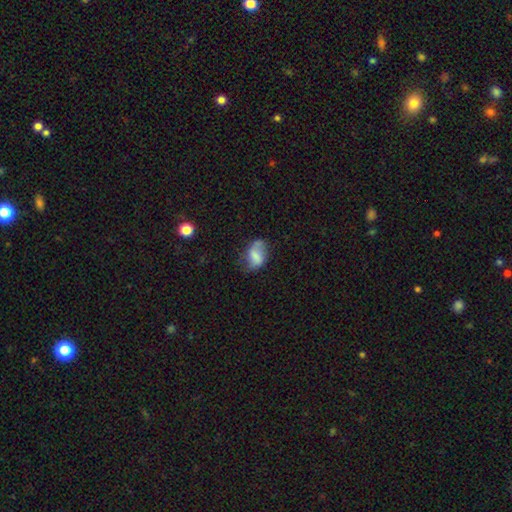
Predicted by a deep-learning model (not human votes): Q: Smooth or featured?
A: smooth (61%); runner-up: featured or disk (30%)
Q: How rounded?
A: in between (82%); runner-up: round (16%)
Q: Merging?
A: none (48%); runner-up: minor disturbance (33%)